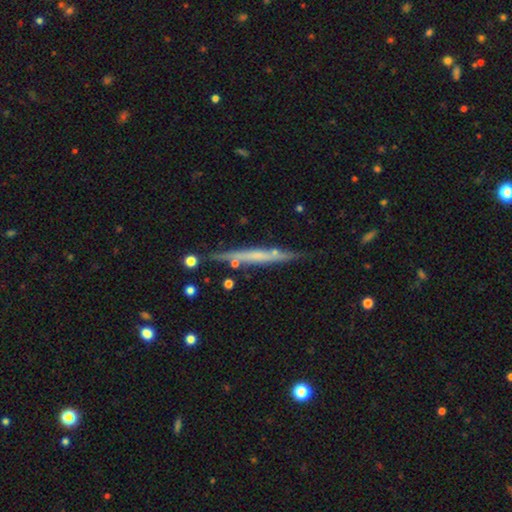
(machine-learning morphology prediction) smooth-or-featured: featured or disk: 56% | smooth: 37% | star or artifact: 7%
  disk-edge-on: yes: 93% | no: 7%
    edge-on-bulge: none: 75% | rounded: 15% | boxy: 10%
  merging: none: 79% | minor disturbance: 14% | merger: 4% | major disturbance: 3%